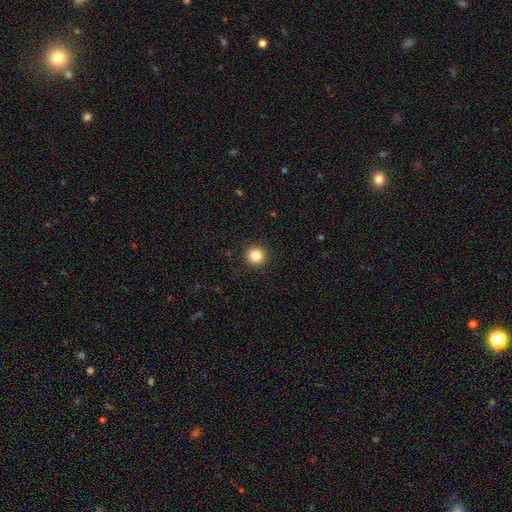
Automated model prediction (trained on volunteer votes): Smooth or featured? smooth (84%)
How rounded? round (95%)
Merging? none (93%)